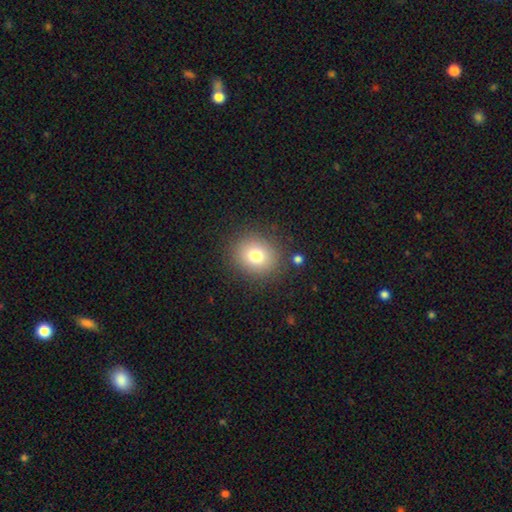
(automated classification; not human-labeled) Smooth or featured: smooth — 77% (star or artifact — 13%)
How rounded: round — 75% (in between — 24%)
Merging: none — 86% (minor disturbance — 8%)